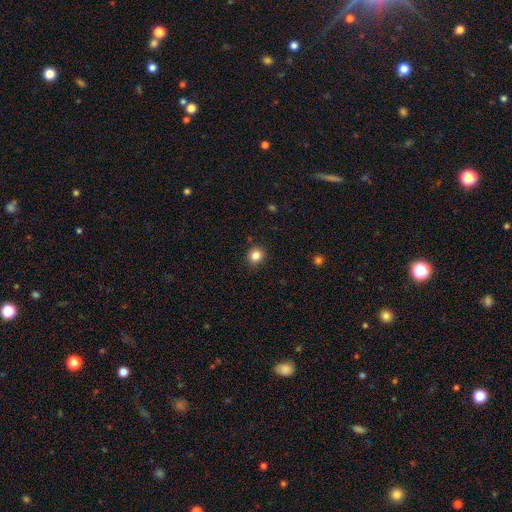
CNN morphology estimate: Q: Smooth or featured?
A: smooth (84%); runner-up: star or artifact (11%)
Q: How rounded?
A: round (84%); runner-up: in between (15%)
Q: Merging?
A: none (90%); runner-up: minor disturbance (7%)